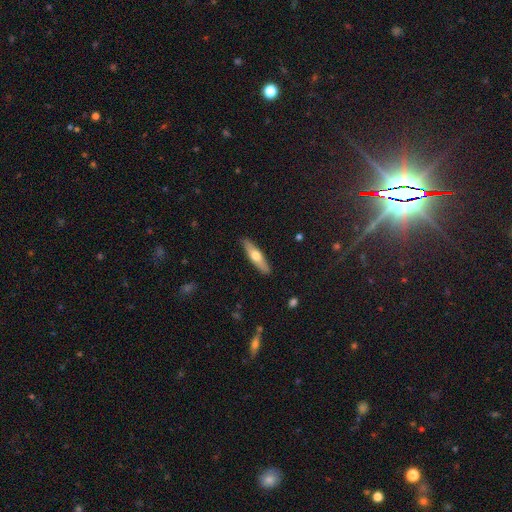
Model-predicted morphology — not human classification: A smooth galaxy with no disk features (52%) that is cigar-shaped (75%). Merging: none (89%).